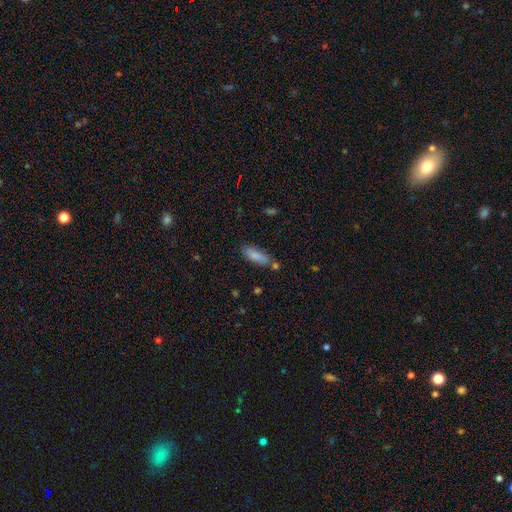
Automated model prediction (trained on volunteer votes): smooth-or-featured: smooth: 82% | featured or disk: 11% | star or artifact: 7%
  how-rounded: in between: 60% | cigar-shaped: 38% | round: 2%
  merging: none: 69% | minor disturbance: 17% | merger: 10% | major disturbance: 4%